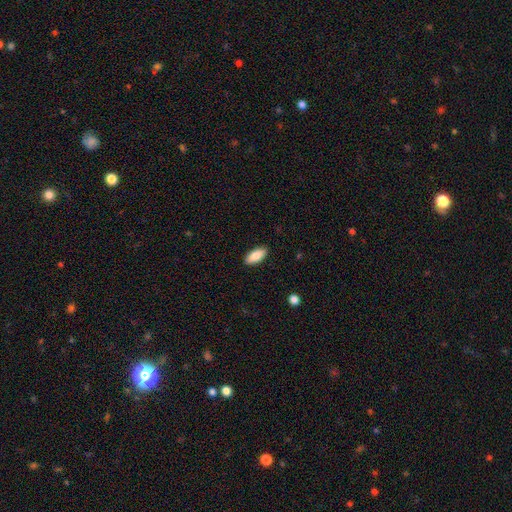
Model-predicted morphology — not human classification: smooth_or_featured: smooth (p=0.86) [alt: featured or disk p=0.08]
how_rounded: in between (p=0.87) [alt: cigar-shaped p=0.11]
merging: none (p=0.90) [alt: minor disturbance p=0.07]